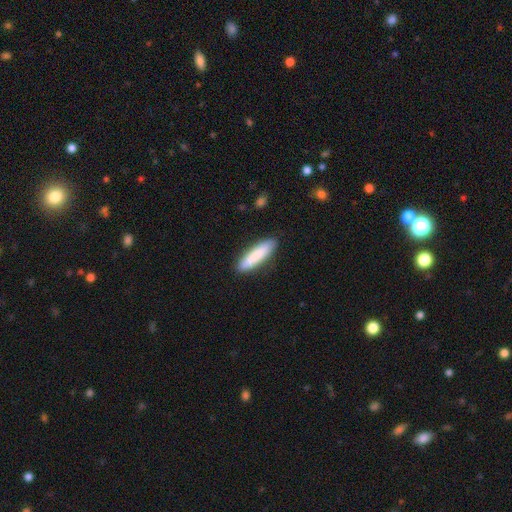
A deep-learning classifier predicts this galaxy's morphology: This appears to be a smooth galaxy with no disk features (84%) that is cigar-shaped (75%). Merging: none (88%).